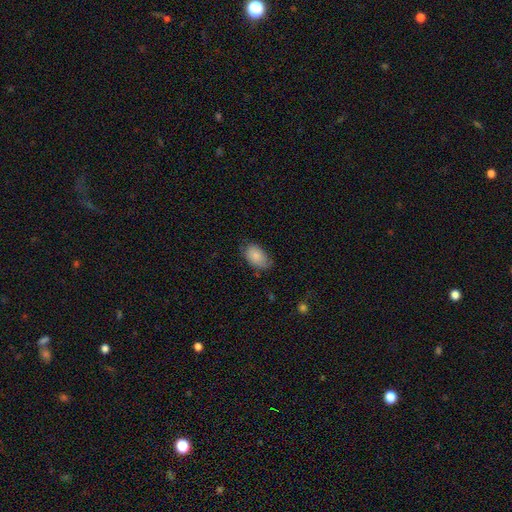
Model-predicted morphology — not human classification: Smooth or featured? smooth (83%)
How rounded? in between (93%)
Merging? none (68%)